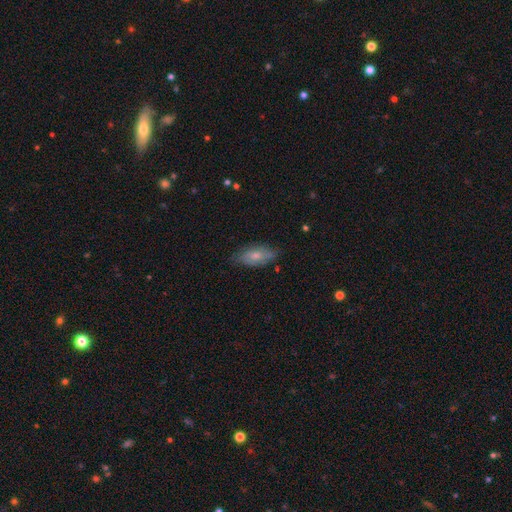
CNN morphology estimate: Overall: smooth (58%; featured or disk 35%). How rounded: in between (83%). Merging: none (71%).